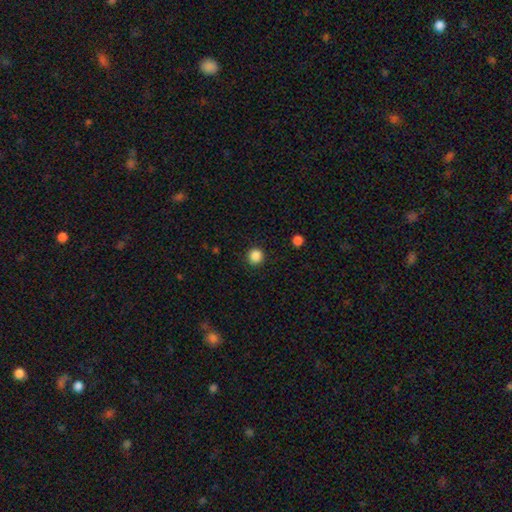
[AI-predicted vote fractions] The model was most divided on "smooth or featured": smooth: 87%, star or artifact: 11%, featured or disk: 3%. More confident: how rounded — round (94%); merging — none (91%).